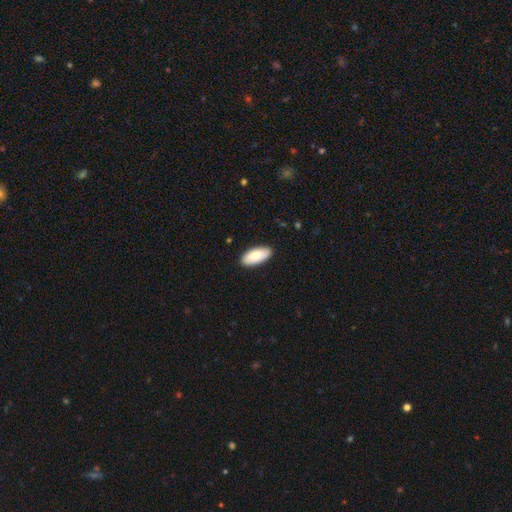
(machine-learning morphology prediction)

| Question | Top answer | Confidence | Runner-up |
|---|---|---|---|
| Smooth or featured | smooth | 83% | featured or disk (12%) |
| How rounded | in between | 90% | cigar-shaped (8%) |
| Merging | none | 88% | minor disturbance (10%) |